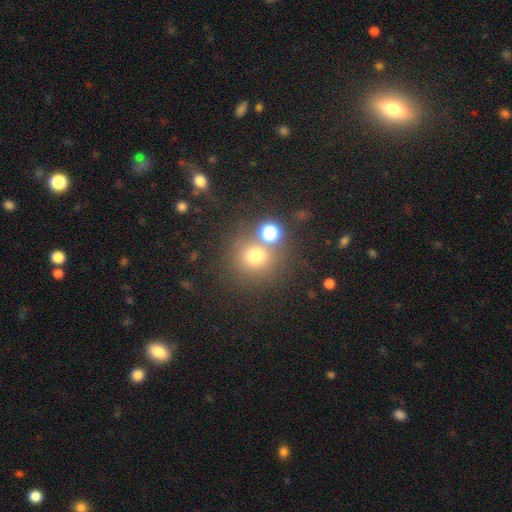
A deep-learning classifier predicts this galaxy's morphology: The model was most divided on "smooth or featured": smooth: 70%, star or artifact: 21%, featured or disk: 10%. More confident: how rounded — round (90%); merging — none (69%).